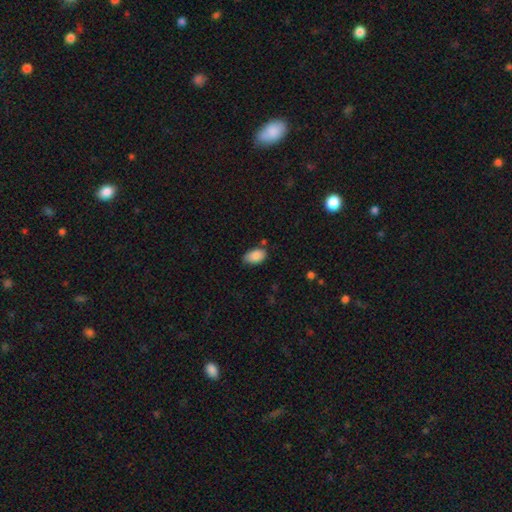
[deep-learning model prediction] Overall: smooth (87%). How rounded: in between (92%). Merging: none (64%; minor disturbance 27%).